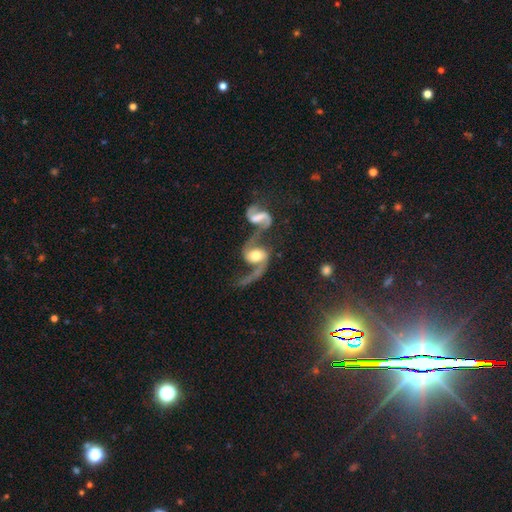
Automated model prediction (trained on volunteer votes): Smooth or featured?
  - featured or disk: 83% *
  - smooth: 10%
  - star or artifact: 6%
Edge-on disk?
  - no: 96% *
  - yes: 4%
Bar?
  - no: 45% *
  - weak: 33%
  - strong: 22%
Spiral arms?
  - yes: 93% *
  - no: 7%
Spiral winding?
  - loose: 70% *
  - medium: 25%
  - tight: 6%
Spiral arm count?
  - 2: 81% *
  - 1: 14%
  - can't tell: 2%
  - 3: 1%
  - 4: 1%
  - more than 4: 1%
Bulge size?
  - moderate: 58% *
  - large: 23%
  - small: 14%
  - none: 3%
  - dominant: 3%
Merging?
  - merger: 45% *
  - none: 29%
  - major disturbance: 16%
  - minor disturbance: 10%